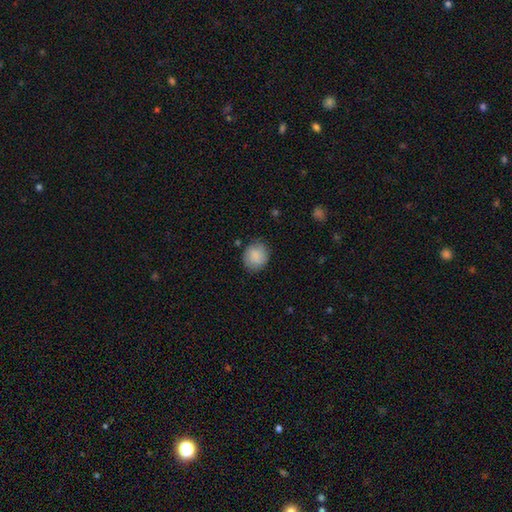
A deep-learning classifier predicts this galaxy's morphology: This is clearly a smooth galaxy (85%). How rounded: likely round (77%). Merging: likely none (79%).